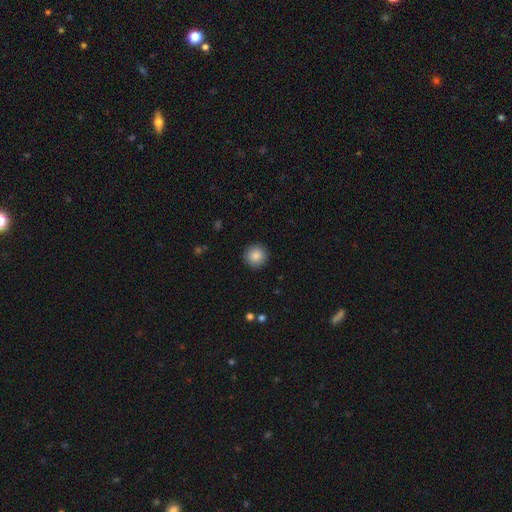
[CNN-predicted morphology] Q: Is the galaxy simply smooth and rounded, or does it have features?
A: smooth — 87%.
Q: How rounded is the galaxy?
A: round — 95%.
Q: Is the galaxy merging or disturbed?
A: none — 92%.